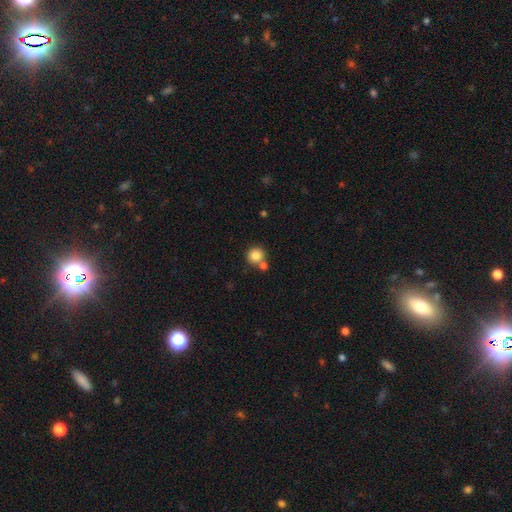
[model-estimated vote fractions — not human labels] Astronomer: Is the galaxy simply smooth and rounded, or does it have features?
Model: smooth — 84%.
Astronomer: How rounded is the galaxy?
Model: round — 92%.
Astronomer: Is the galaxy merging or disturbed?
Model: none — 64%.